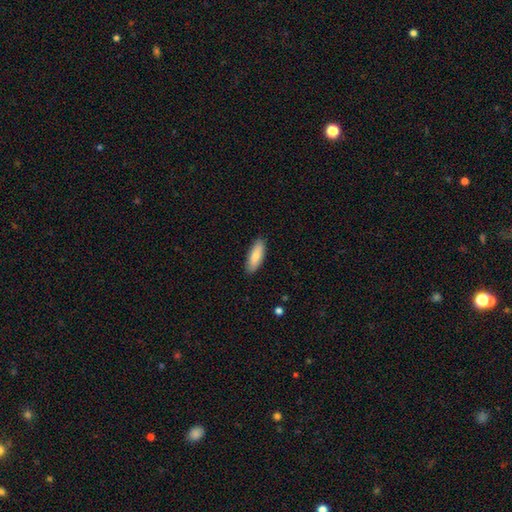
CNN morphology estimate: Smooth or featured? Predicted: smooth (p=0.82). How rounded? Predicted: in between (p=0.64). Merging? Predicted: none (p=0.89).